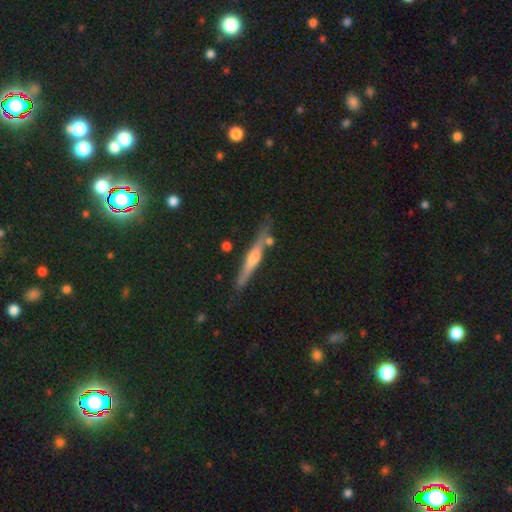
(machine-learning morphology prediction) Q: Smooth or featured?
A: featured or disk (64%); runner-up: smooth (29%)
Q: Edge-on disk?
A: yes (96%); runner-up: no (4%)
Q: Edge-on bulge?
A: rounded (68%); runner-up: none (18%)
Q: Merging?
A: none (78%); runner-up: minor disturbance (13%)